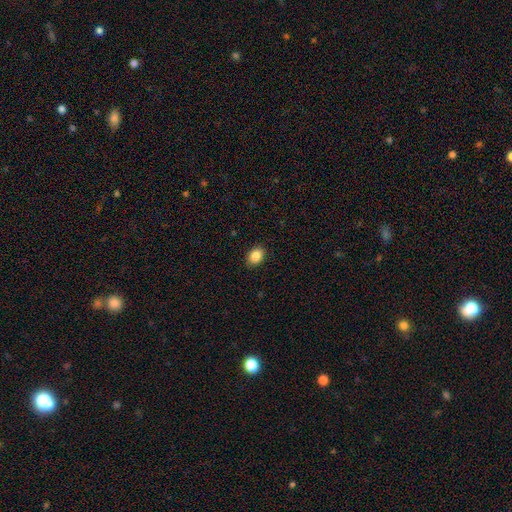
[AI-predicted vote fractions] smooth-or-featured: smooth: 86% | star or artifact: 9% | featured or disk: 5%
  how-rounded: in between: 67% | round: 32% | cigar-shaped: 1%
  merging: none: 89% | minor disturbance: 8% | major disturbance: 2% | merger: 1%